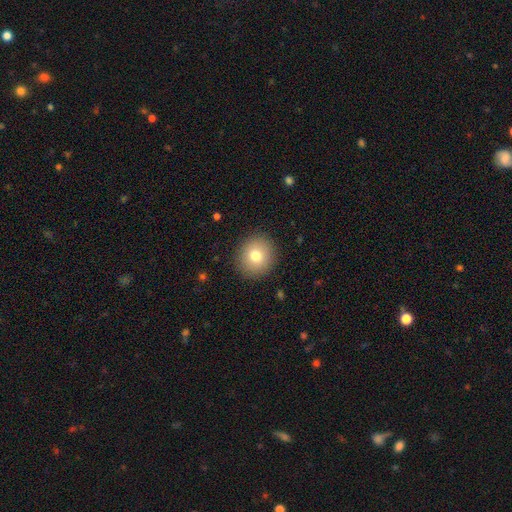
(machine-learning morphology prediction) smooth_or_featured: smooth (p=0.78) [alt: featured or disk p=0.12]
how_rounded: round (p=0.87) [alt: in between p=0.12]
merging: none (p=0.90) [alt: minor disturbance p=0.07]